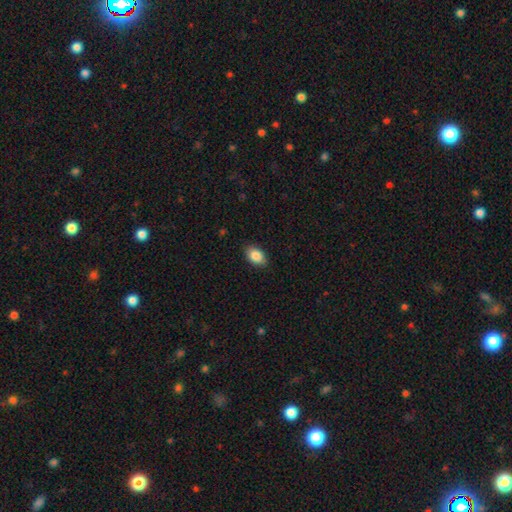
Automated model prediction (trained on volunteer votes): smooth-or-featured: smooth: 87% | star or artifact: 7% | featured or disk: 6%
  how-rounded: in between: 89% | round: 9% | cigar-shaped: 1%
  merging: none: 87% | minor disturbance: 10% | major disturbance: 2% | merger: 1%